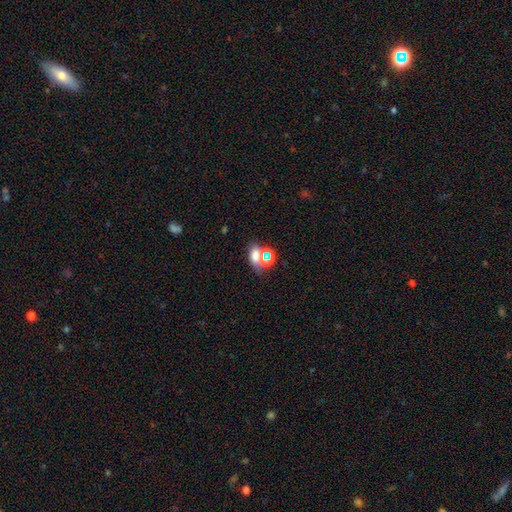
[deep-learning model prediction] A smooth galaxy with no disk features (53%) that is in between round and cigar-shaped (67%). Merging: none (49%).